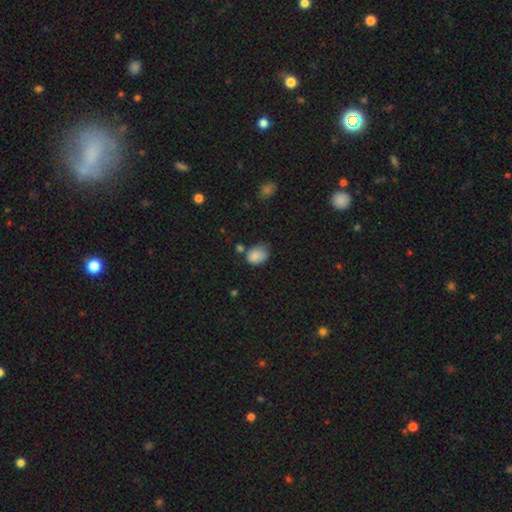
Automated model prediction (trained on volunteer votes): smooth_or_featured: smooth (p=0.83) [alt: star or artifact p=0.09]
how_rounded: in between (p=0.66) [alt: round p=0.33]
merging: none (p=0.48) [alt: minor disturbance p=0.36]